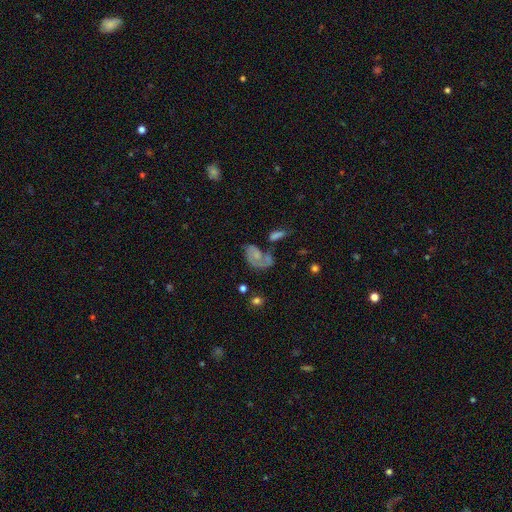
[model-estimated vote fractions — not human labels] The model was most divided on "merging": none: 31%, major disturbance: 27%, merger: 21%, minor disturbance: 20%. More confident: edge-on disk — no (96%); smooth or featured — featured or disk (50%).